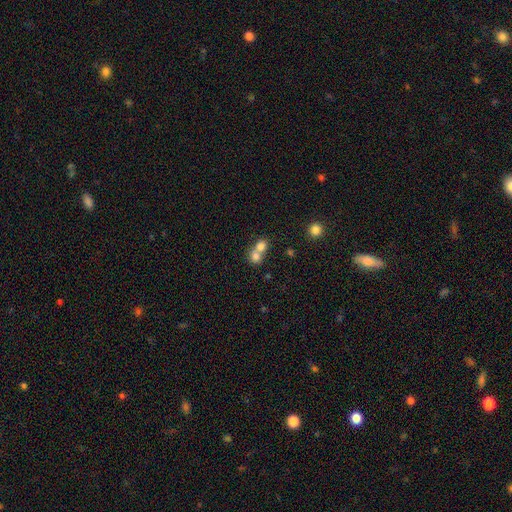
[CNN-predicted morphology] This appears to be a smooth galaxy with no disk features (75%) that is round (71%). Merging: merger (68%).